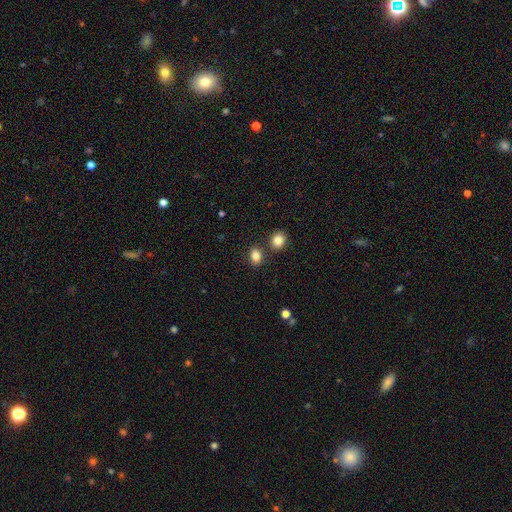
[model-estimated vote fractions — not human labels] Smooth or featured?
  - smooth: 84% *
  - star or artifact: 10%
  - featured or disk: 6%
How rounded?
  - in between: 68% *
  - round: 31%
  - cigar-shaped: 2%
Merging?
  - none: 75% *
  - merger: 12%
  - minor disturbance: 10%
  - major disturbance: 3%